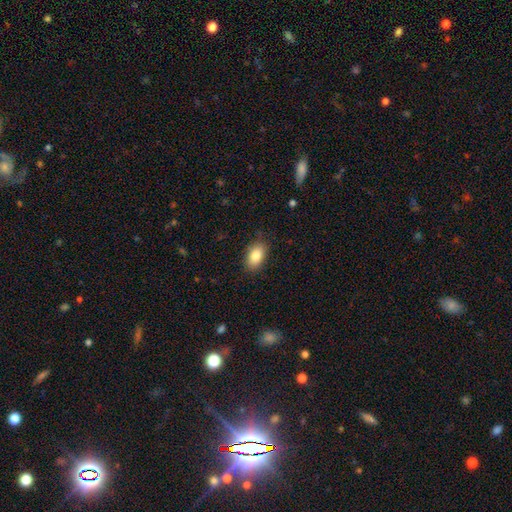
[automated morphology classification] Smooth or featured: smooth — 84% (featured or disk — 8%)
How rounded: in between — 91% (round — 7%)
Merging: none — 86% (minor disturbance — 11%)